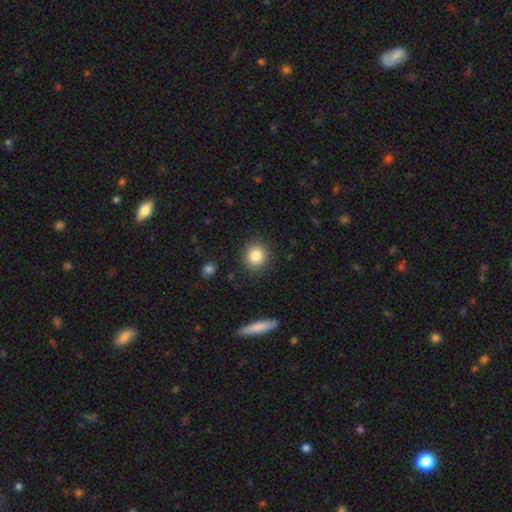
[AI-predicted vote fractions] The model was most divided on "smooth or featured": smooth: 84%, star or artifact: 9%, featured or disk: 6%. More confident: merging — none (90%); how rounded — round (88%).